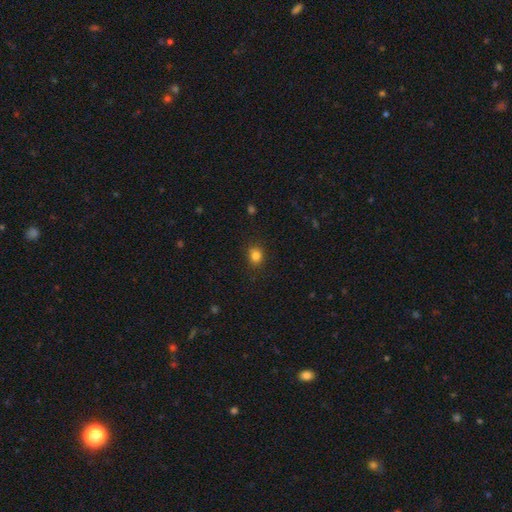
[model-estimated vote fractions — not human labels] smooth_or_featured: smooth (p=0.82) [alt: star or artifact p=0.13]
how_rounded: round (p=0.70) [alt: in between p=0.29]
merging: none (p=0.81) [alt: minor disturbance p=0.13]